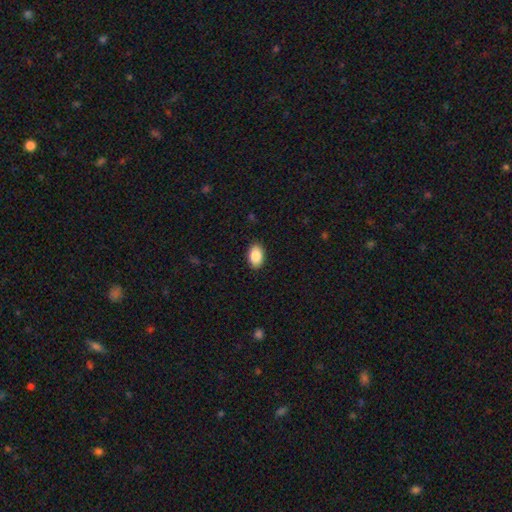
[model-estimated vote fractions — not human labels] A smooth galaxy with no disk features (88%) that is in between round and cigar-shaped (91%). Merging: none (89%).